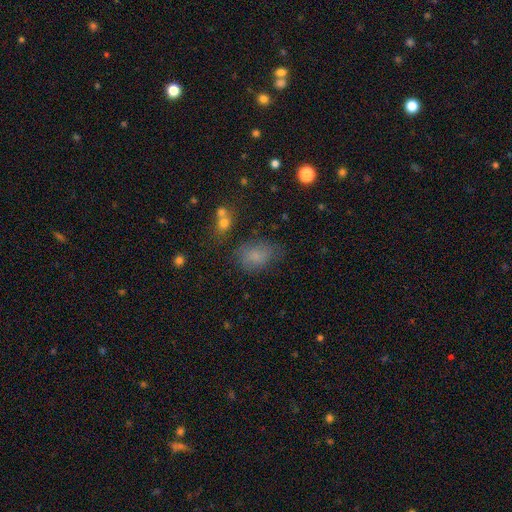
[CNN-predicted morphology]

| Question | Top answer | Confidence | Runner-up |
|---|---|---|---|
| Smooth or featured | smooth | 74% | star or artifact (14%) |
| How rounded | in between | 75% | round (23%) |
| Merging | none | 60% | minor disturbance (25%) |